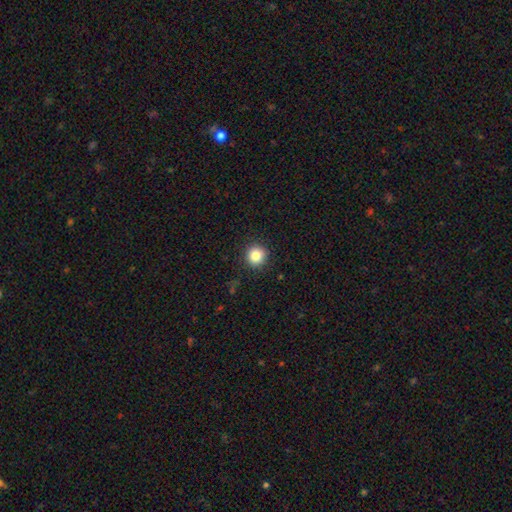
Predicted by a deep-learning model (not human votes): smooth 85%, star or artifact 10%, featured or disk 5%. Down the decision tree: how rounded — round (93%); merging — none (91%).